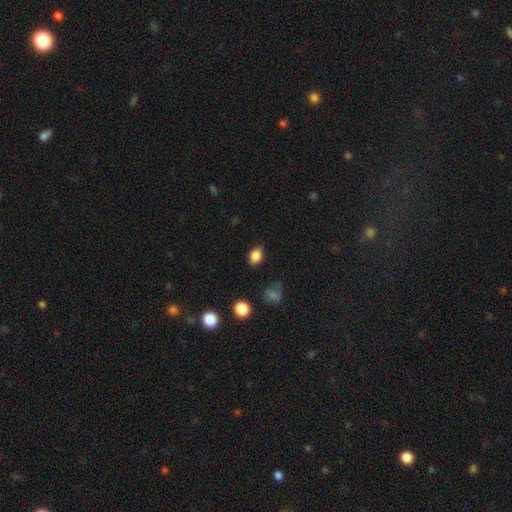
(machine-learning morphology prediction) Smooth or featured?
  - smooth: 86% *
  - star or artifact: 10%
  - featured or disk: 5%
How rounded?
  - in between: 77% *
  - round: 22%
  - cigar-shaped: 1%
Merging?
  - none: 82% *
  - minor disturbance: 13%
  - major disturbance: 3%
  - merger: 2%